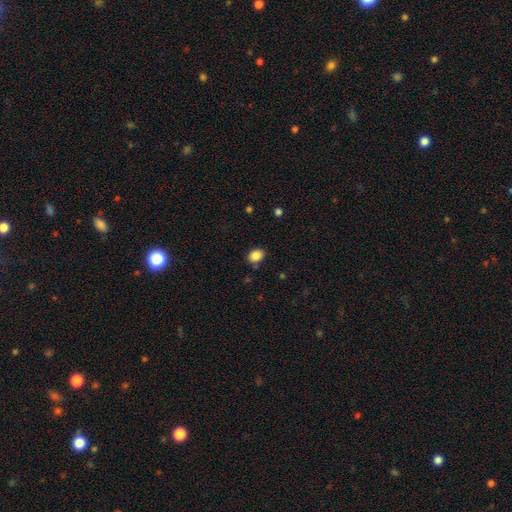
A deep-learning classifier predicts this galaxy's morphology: smooth-or-featured: smooth: 86% | star or artifact: 9% | featured or disk: 4%
  how-rounded: in between: 66% | round: 33% | cigar-shaped: 1%
  merging: none: 81% | minor disturbance: 13% | merger: 3% | major disturbance: 3%